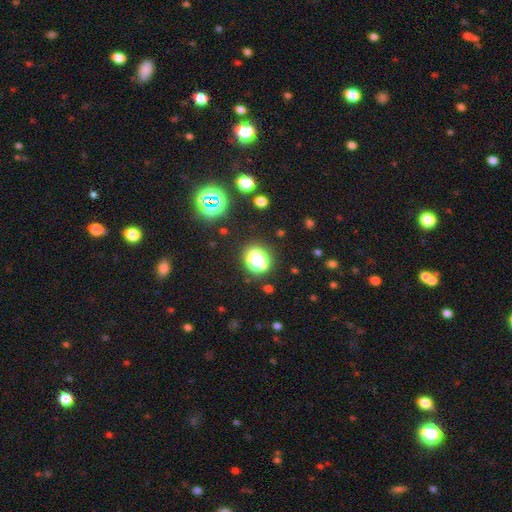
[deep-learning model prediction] This appears to be a smooth galaxy with no disk features (46%). Merging: none (74%).